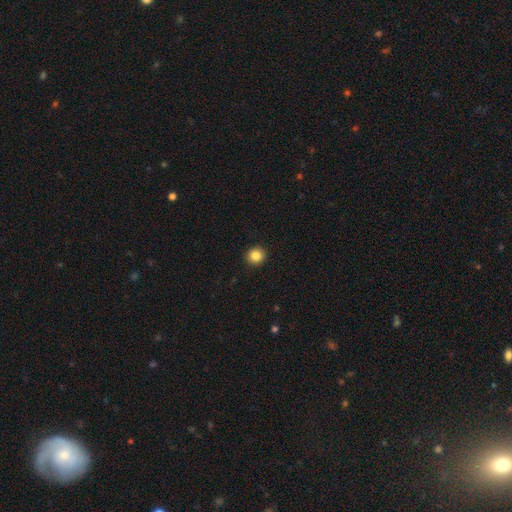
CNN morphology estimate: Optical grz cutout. It shows a smooth galaxy with no disk features (86%) that is round (91%). Merging: none (93%).